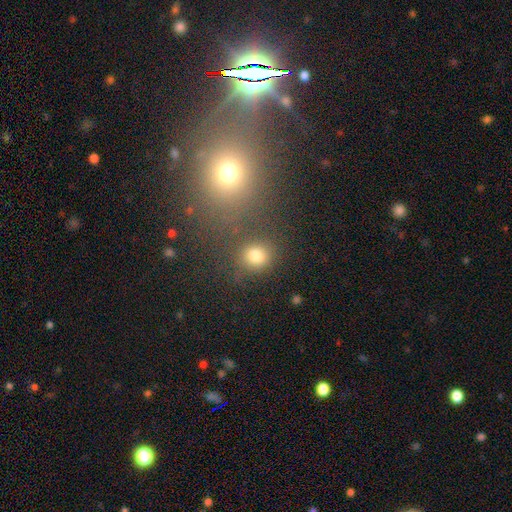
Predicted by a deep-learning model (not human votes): A smooth galaxy with no disk features (78%) that is round (77%).

Vote fractions:
- Smooth or featured? smooth: 78% / star or artifact: 15% / featured or disk: 7%
- How rounded? round: 77% / in between: 21% / cigar-shaped: 1%
- Merging? none: 72% / merger: 12% / minor disturbance: 11% / major disturbance: 5%